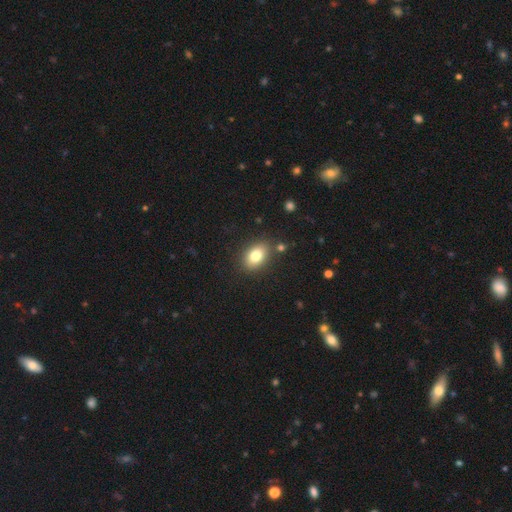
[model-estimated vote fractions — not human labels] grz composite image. It shows a smooth galaxy with no disk features (80%) that is in between round and cigar-shaped (83%). Merging: none (83%).